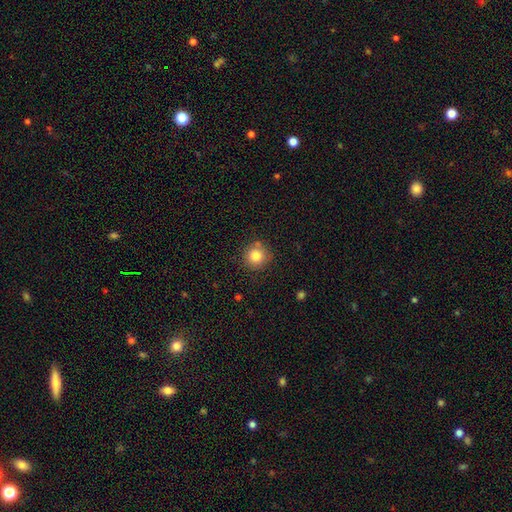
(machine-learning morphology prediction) This is clearly a smooth galaxy (82%). How rounded: clearly round (93%). Merging: clearly none (82%).